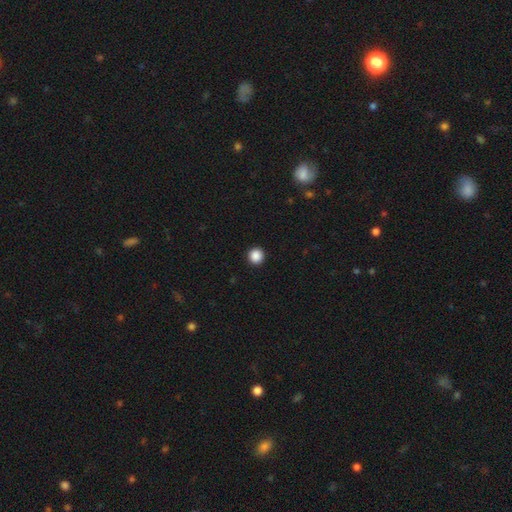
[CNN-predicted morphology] Smooth or featured: smooth — 88% (star or artifact — 10%)
How rounded: round — 96% (in between — 3%)
Merging: none — 94% (minor disturbance — 4%)